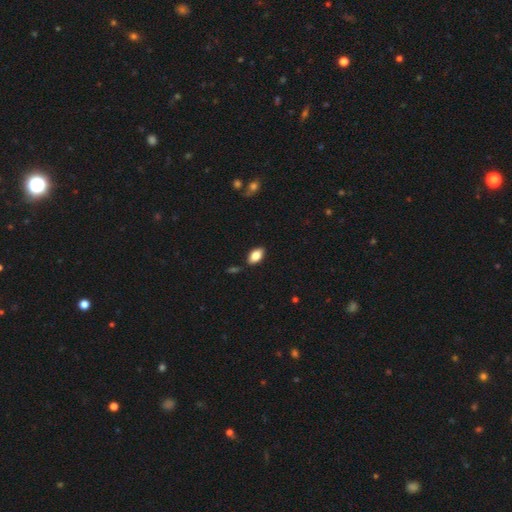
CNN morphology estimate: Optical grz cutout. It shows a smooth galaxy with no disk features (83%) that is in between round and cigar-shaped (92%). Merging: none (85%).